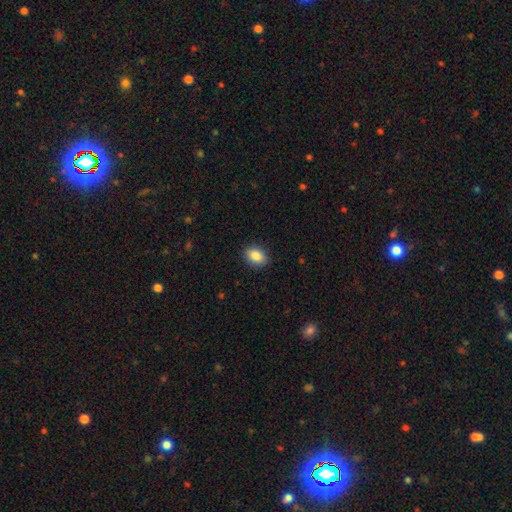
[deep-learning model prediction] smooth-or-featured: smooth: 88% | star or artifact: 8% | featured or disk: 4%
  how-rounded: in between: 76% | round: 22% | cigar-shaped: 1%
  merging: none: 89% | minor disturbance: 8% | major disturbance: 2% | merger: 1%